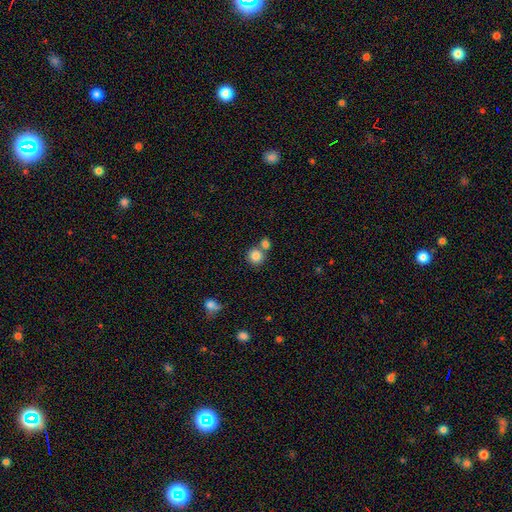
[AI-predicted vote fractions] Overall: smooth (84%). How rounded: round (88%). Merging: none (55%; merger 34%).